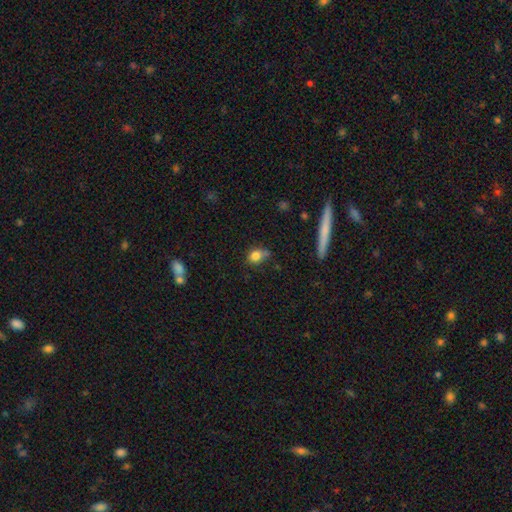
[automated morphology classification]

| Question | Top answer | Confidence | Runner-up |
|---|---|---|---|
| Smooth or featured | smooth | 80% | star or artifact (11%) |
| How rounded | round | 50% | in between (46%) |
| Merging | none | 53% | minor disturbance (29%) |